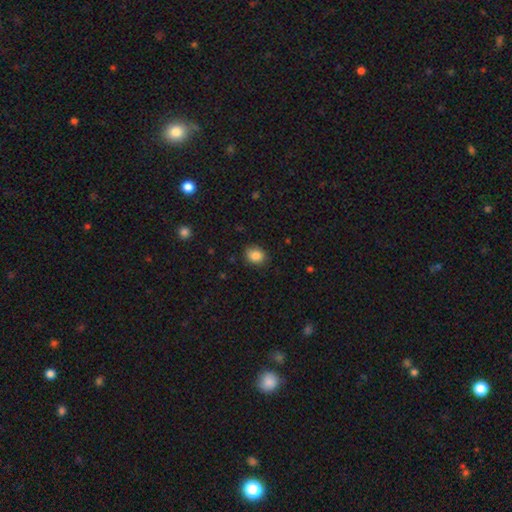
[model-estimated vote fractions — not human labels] Morphology: type=smooth (86%); roundness=round (51%); merging=none (85%).